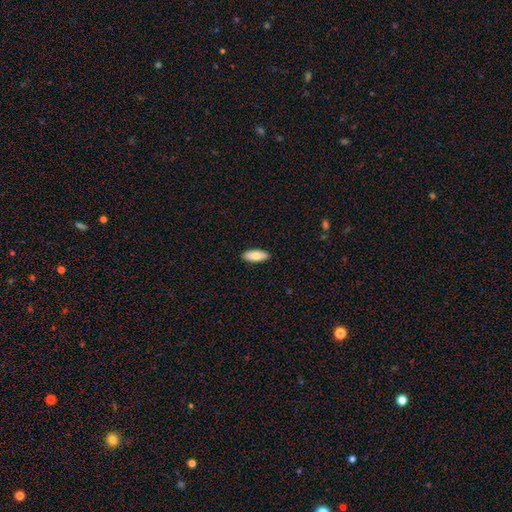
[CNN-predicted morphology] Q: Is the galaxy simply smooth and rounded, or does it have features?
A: smooth — 77%.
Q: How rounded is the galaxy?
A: in between — 80%.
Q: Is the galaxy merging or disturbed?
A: none — 90%.